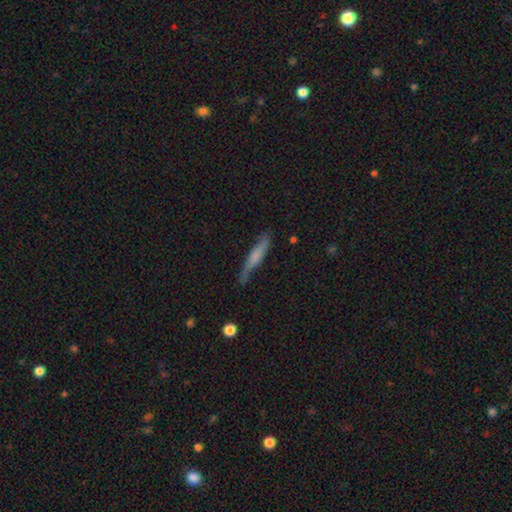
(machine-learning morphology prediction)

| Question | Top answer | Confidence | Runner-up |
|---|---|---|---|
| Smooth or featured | smooth | 48% | featured or disk (45%) |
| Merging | none | 65% | minor disturbance (26%) |